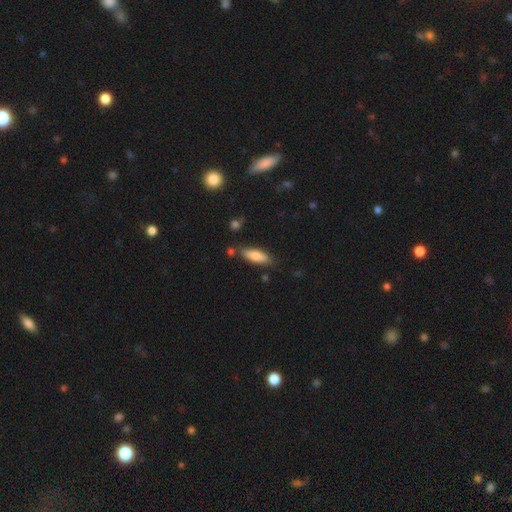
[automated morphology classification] The model was most divided on "how rounded": in between: 56%, cigar-shaped: 42%, round: 2%. More confident: smooth or featured — smooth (78%); merging — none (78%).